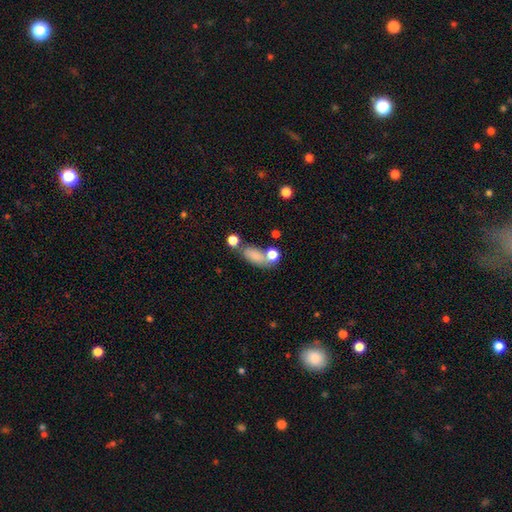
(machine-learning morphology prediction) Q: Smooth or featured?
A: smooth (78%); runner-up: star or artifact (11%)
Q: How rounded?
A: in between (80%); runner-up: cigar-shaped (11%)
Q: Merging?
A: none (50%); runner-up: merger (24%)